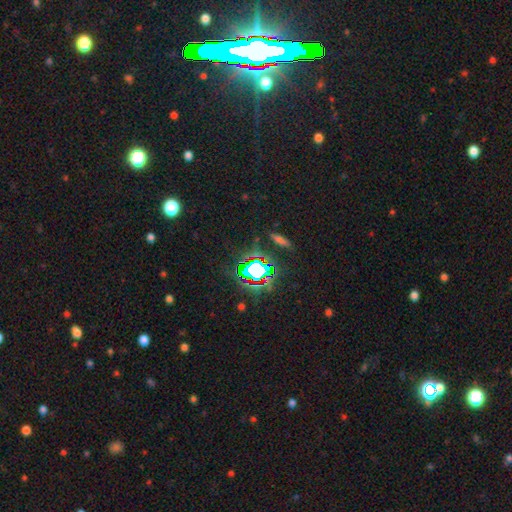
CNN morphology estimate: Overall: star or artifact (82%).